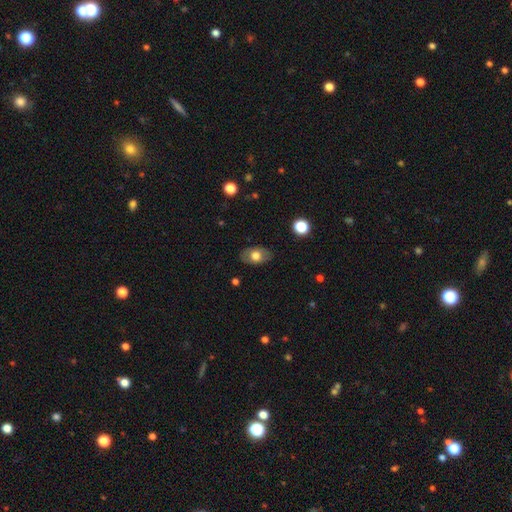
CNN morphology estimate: A smooth galaxy with no disk features (65%) that is in between round and cigar-shaped (86%).

Vote fractions:
- Smooth or featured? smooth: 65% / featured or disk: 27% / star or artifact: 7%
- How rounded? in between: 86% / round: 13% / cigar-shaped: 1%
- Merging? none: 82% / minor disturbance: 13% / major disturbance: 3% / merger: 1%